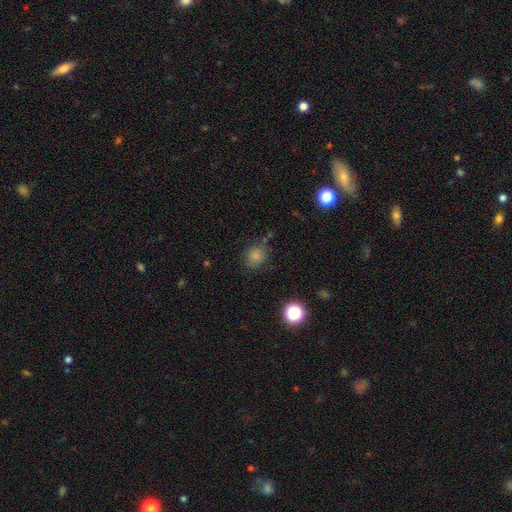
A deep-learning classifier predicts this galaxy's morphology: A smooth galaxy with no disk features (80%) that is round (75%).

Vote fractions:
- Smooth or featured? smooth: 80% / star or artifact: 14% / featured or disk: 6%
- How rounded? round: 75% / in between: 24% / cigar-shaped: 1%
- Merging? none: 74% / minor disturbance: 17% / major disturbance: 5% / merger: 4%